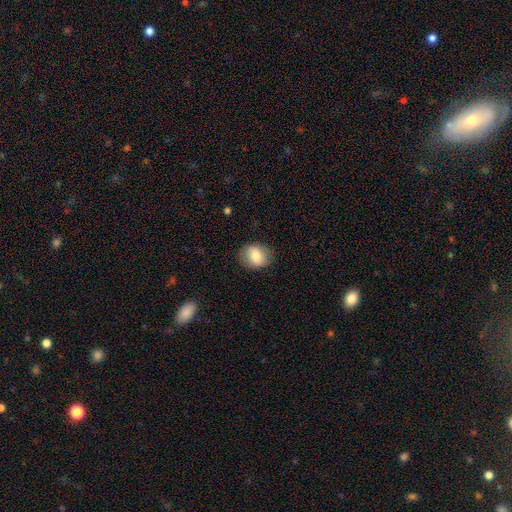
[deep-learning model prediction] smooth_or_featured: smooth (p=0.77) [alt: featured or disk p=0.15]
how_rounded: round (p=0.56) [alt: in between p=0.43]
merging: none (p=0.83) [alt: minor disturbance p=0.12]